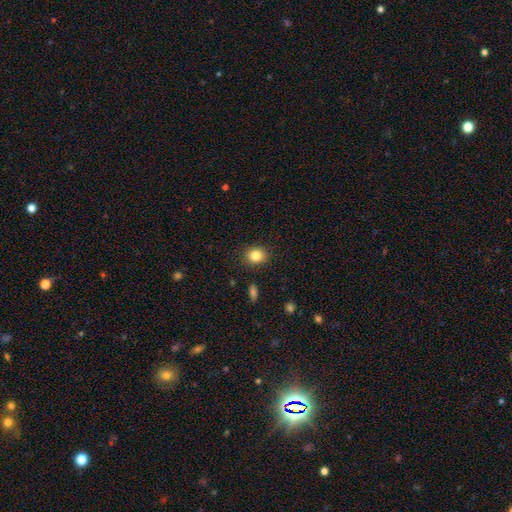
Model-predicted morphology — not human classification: Smooth or featured? Predicted: smooth (p=0.84). How rounded? Predicted: round (p=0.68). Merging? Predicted: none (p=0.89).